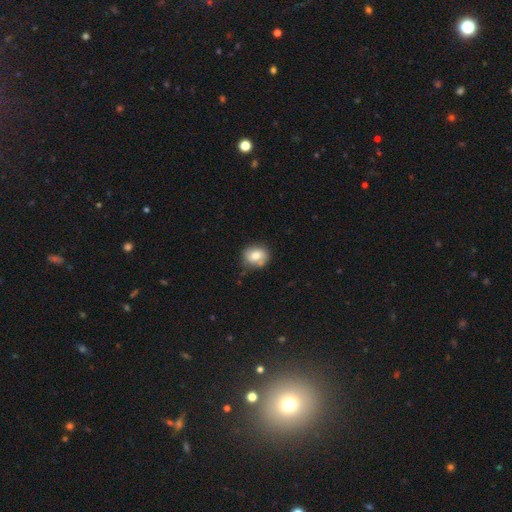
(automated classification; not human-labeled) smooth-or-featured: smooth: 75% | featured or disk: 16% | star or artifact: 9%
  how-rounded: round: 69% | in between: 30% | cigar-shaped: 1%
  merging: none: 71% | minor disturbance: 20% | merger: 5% | major disturbance: 4%